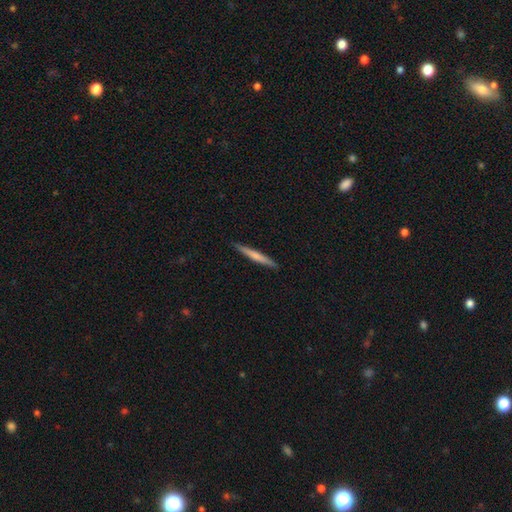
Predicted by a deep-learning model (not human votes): A smooth galaxy with no disk features (58%) that is cigar-shaped (96%).

Vote fractions:
- Smooth or featured? smooth: 58% / featured or disk: 36% / star or artifact: 5%
- How rounded? cigar-shaped: 96% / in between: 3% / round: 1%
- Merging? none: 91% / minor disturbance: 7% / major disturbance: 1% / merger: 1%